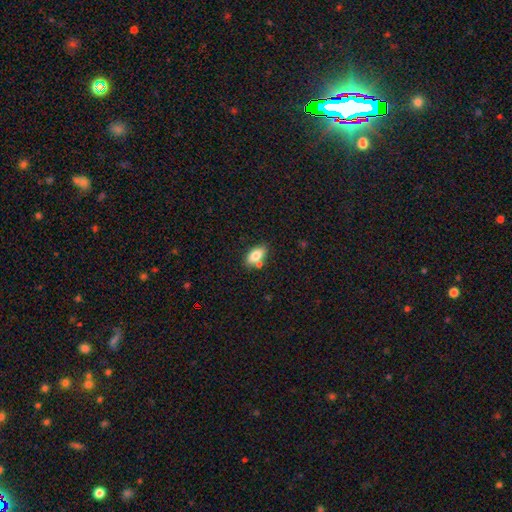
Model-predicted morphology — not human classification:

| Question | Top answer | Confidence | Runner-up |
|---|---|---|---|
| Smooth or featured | smooth | 78% | featured or disk (14%) |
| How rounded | in between | 87% | cigar-shaped (9%) |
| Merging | none | 69% | merger (15%) |